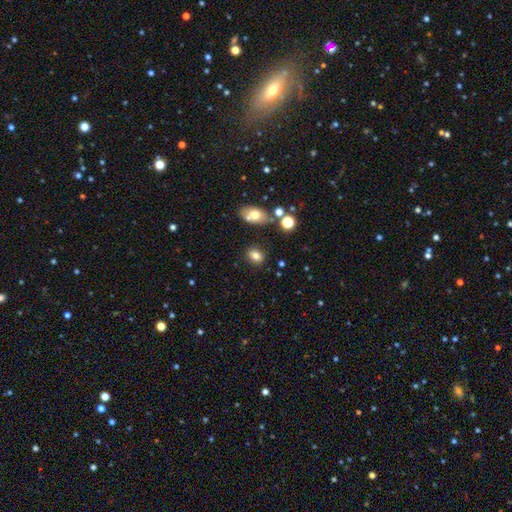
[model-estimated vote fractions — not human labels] smooth 77%, star or artifact 13%, featured or disk 10%. Down the decision tree: how rounded — in between (62%); merging — none (81%).